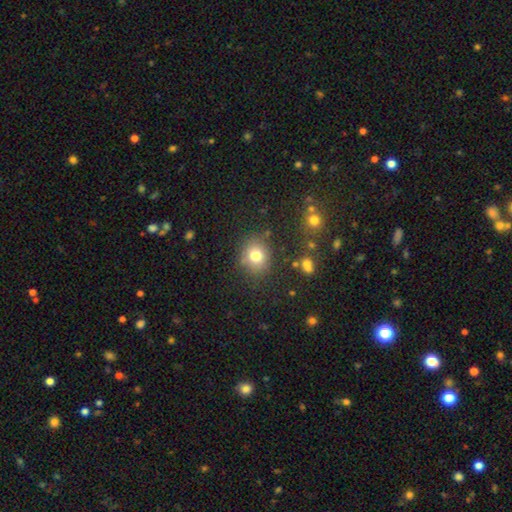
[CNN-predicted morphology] smooth 78%, star or artifact 13%, featured or disk 9%. Down the decision tree: how rounded — round (76%); merging — none (81%).